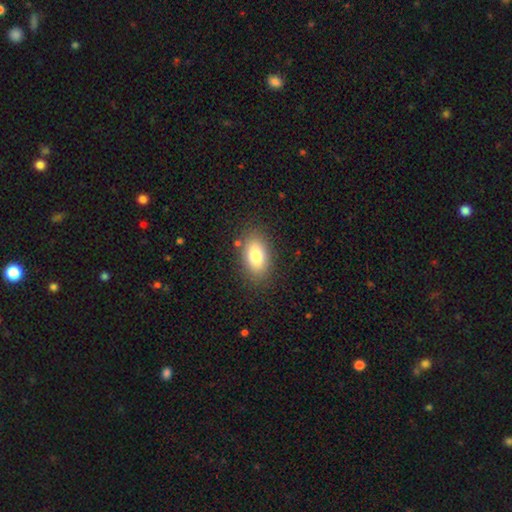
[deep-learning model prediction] Smooth or featured? Predicted: smooth (p=0.80). How rounded? Predicted: in between (p=0.90). Merging? Predicted: none (p=0.84).